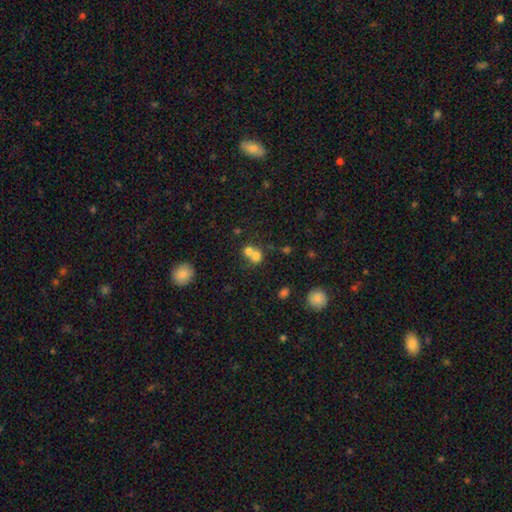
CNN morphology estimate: Smooth or featured? smooth (71%)
How rounded? round (74%)
Merging? merger (63%)